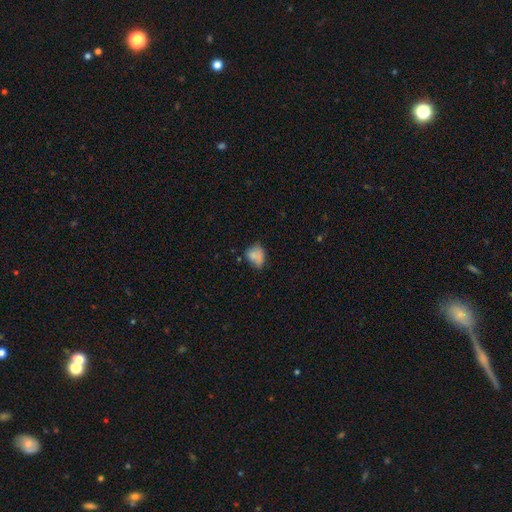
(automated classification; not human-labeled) Smooth or featured?
  - smooth: 77% *
  - featured or disk: 12%
  - star or artifact: 11%
How rounded?
  - in between: 60% *
  - round: 39%
  - cigar-shaped: 1%
Merging?
  - none: 43% *
  - minor disturbance: 36%
  - major disturbance: 12%
  - merger: 8%